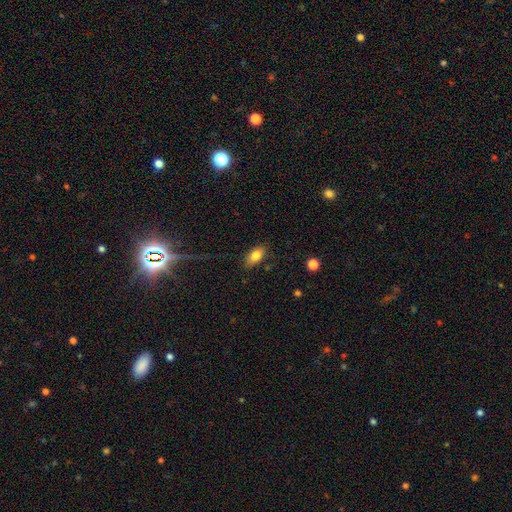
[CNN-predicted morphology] Smooth or featured? smooth (82%)
How rounded? in between (90%)
Merging? none (82%)